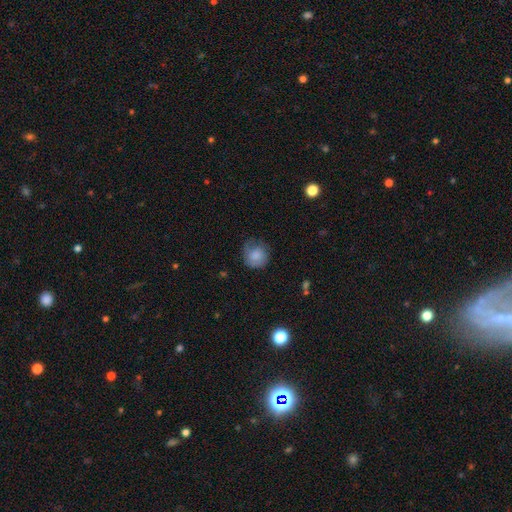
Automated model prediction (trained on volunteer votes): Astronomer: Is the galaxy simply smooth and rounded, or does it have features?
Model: smooth — 77%.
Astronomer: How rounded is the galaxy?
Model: round — 86%.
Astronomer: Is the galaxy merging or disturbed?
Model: none — 60%.